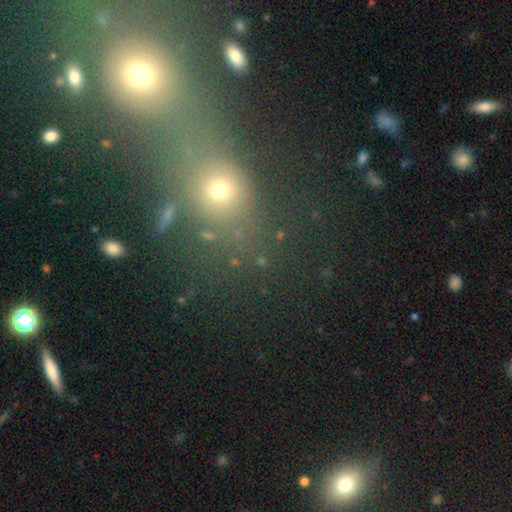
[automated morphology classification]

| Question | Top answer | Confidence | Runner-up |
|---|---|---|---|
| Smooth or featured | smooth | 48% | star or artifact (38%) |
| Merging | merger | 45% | none (40%) |